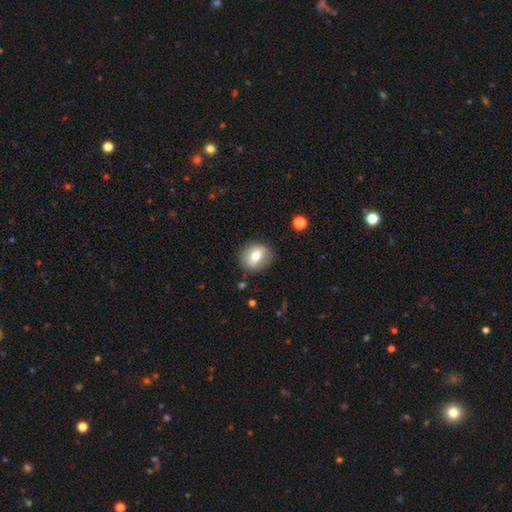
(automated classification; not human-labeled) Q: Smooth or featured?
A: smooth (68%); runner-up: featured or disk (23%)
Q: How rounded?
A: round (65%); runner-up: in between (34%)
Q: Merging?
A: none (86%); runner-up: minor disturbance (10%)